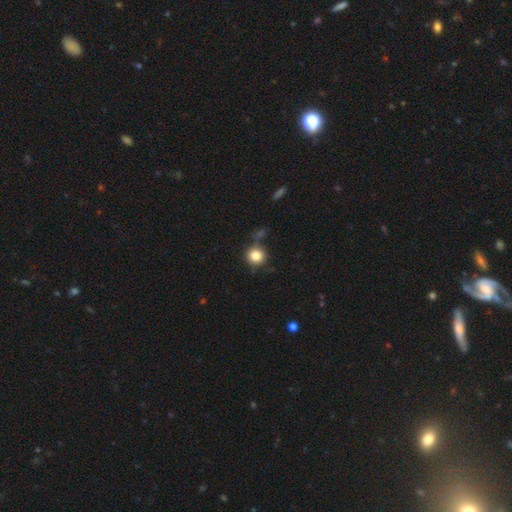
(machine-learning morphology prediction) smooth-or-featured: smooth: 83% | star or artifact: 11% | featured or disk: 6%
  how-rounded: round: 91% | in between: 8% | cigar-shaped: 1%
  merging: none: 76% | minor disturbance: 12% | merger: 8% | major disturbance: 4%